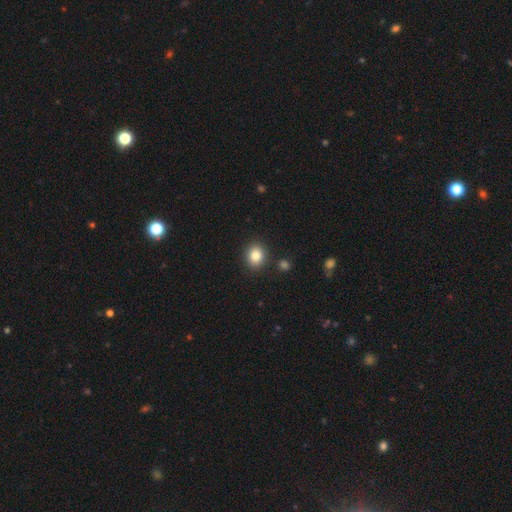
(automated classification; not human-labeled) smooth_or_featured: smooth (p=0.84) [alt: star or artifact p=0.10]
how_rounded: round (p=0.72) [alt: in between p=0.27]
merging: none (p=0.88) [alt: minor disturbance p=0.07]